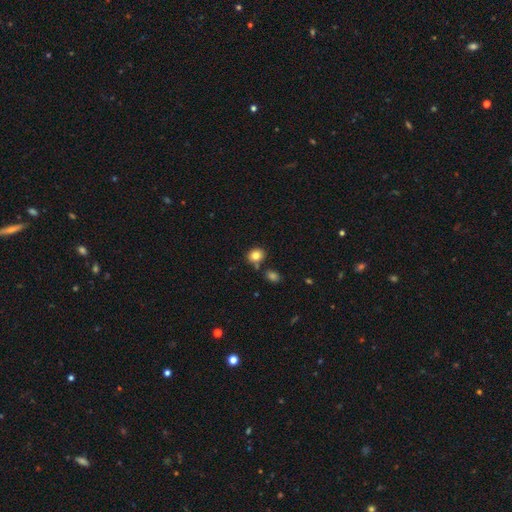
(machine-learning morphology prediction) This appears to be a smooth galaxy with no disk features (82%) that is round (72%). Merging: none (73%).